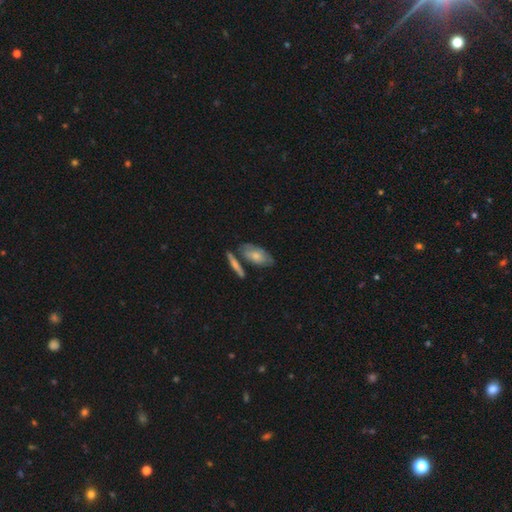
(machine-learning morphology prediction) A smooth galaxy with no disk features (60%) that is in between round and cigar-shaped (85%).

Vote fractions:
- Smooth or featured? smooth: 60% / featured or disk: 35% / star or artifact: 6%
- How rounded? in between: 85% / cigar-shaped: 11% / round: 4%
- Merging? none: 60% / minor disturbance: 20% / merger: 15% / major disturbance: 6%